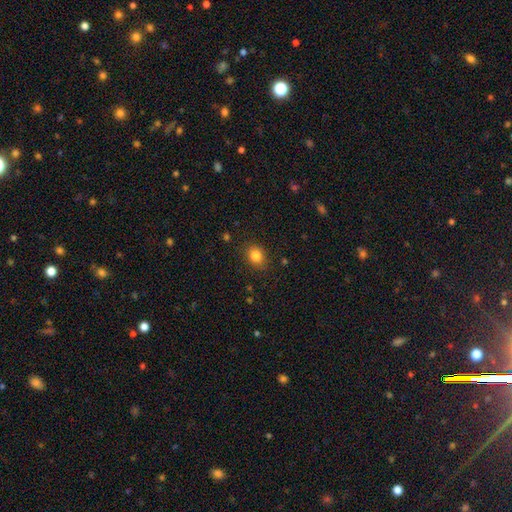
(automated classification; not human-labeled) Q: Smooth or featured?
A: smooth (84%); runner-up: star or artifact (11%)
Q: How rounded?
A: round (54%); runner-up: in between (45%)
Q: Merging?
A: none (85%); runner-up: minor disturbance (11%)